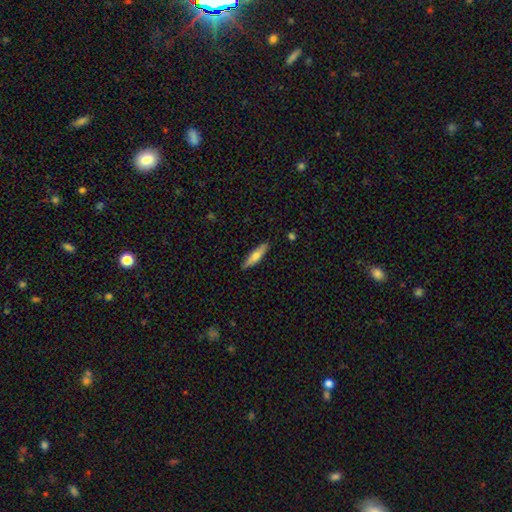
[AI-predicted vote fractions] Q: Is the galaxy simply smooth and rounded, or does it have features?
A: smooth — 62%.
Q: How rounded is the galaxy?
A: cigar-shaped — 76%.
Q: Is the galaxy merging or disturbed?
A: none — 88%.